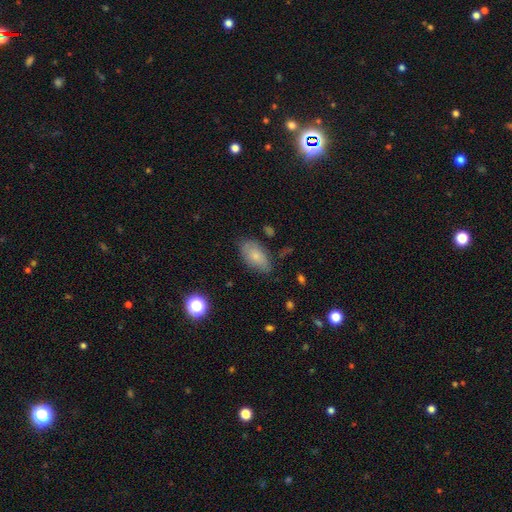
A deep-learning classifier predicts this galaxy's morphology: A smooth galaxy with no disk features (73%) that is in between round and cigar-shaped (91%).

Vote fractions:
- Smooth or featured? smooth: 73% / featured or disk: 18% / star or artifact: 9%
- How rounded? in between: 91% / round: 6% / cigar-shaped: 3%
- Merging? none: 73% / minor disturbance: 20% / major disturbance: 5% / merger: 2%